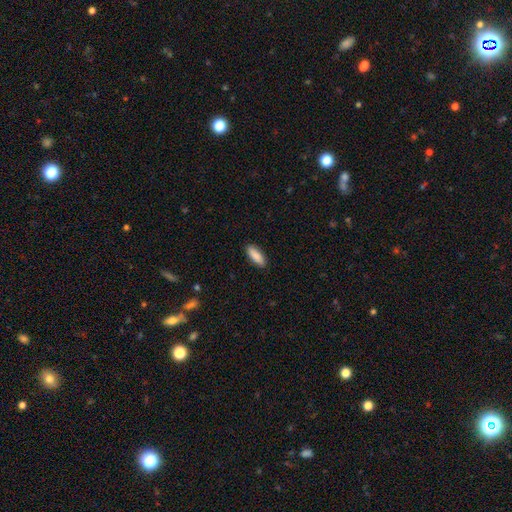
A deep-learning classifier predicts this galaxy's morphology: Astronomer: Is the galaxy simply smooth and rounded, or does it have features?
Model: smooth — 88%.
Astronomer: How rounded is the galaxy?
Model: in between — 65%.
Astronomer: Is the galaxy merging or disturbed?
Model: none — 90%.